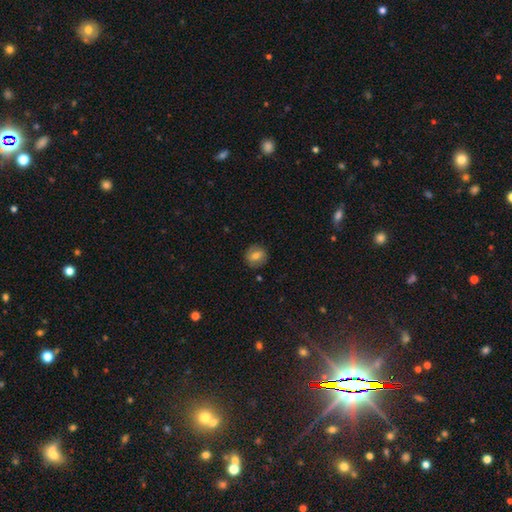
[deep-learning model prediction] A smooth galaxy with no disk features (68%) that is round (79%). Merging: none (85%).